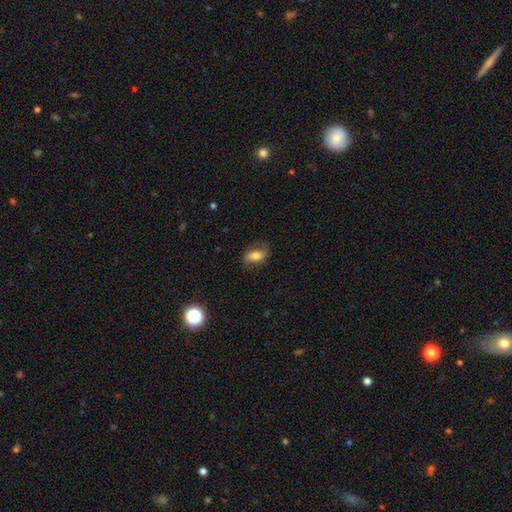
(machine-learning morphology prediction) Smooth or featured: smooth — 58% (featured or disk — 33%)
How rounded: in between — 85% (round — 10%)
Merging: none — 72% (minor disturbance — 20%)